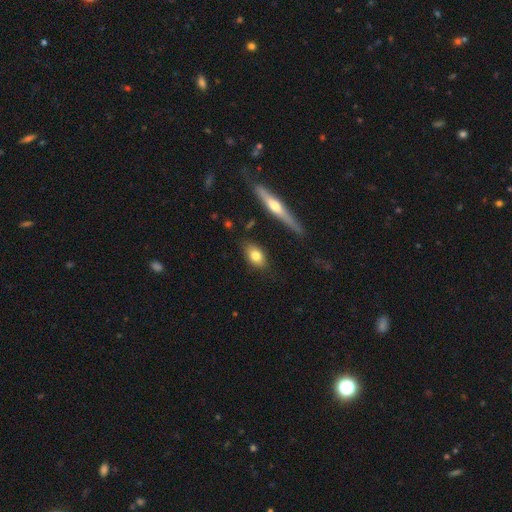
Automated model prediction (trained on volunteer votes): Smooth or featured: smooth — 75% (featured or disk — 17%)
How rounded: in between — 79% (round — 14%)
Merging: none — 82% (minor disturbance — 12%)